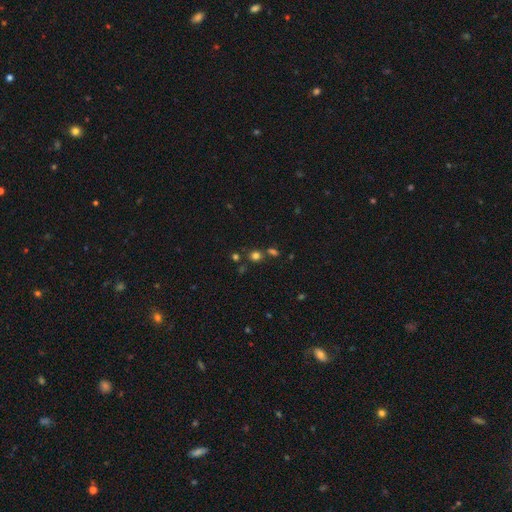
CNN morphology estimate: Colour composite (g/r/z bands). It shows a smooth galaxy with no disk features (70%) that is round (84%). Merging: none (71%).